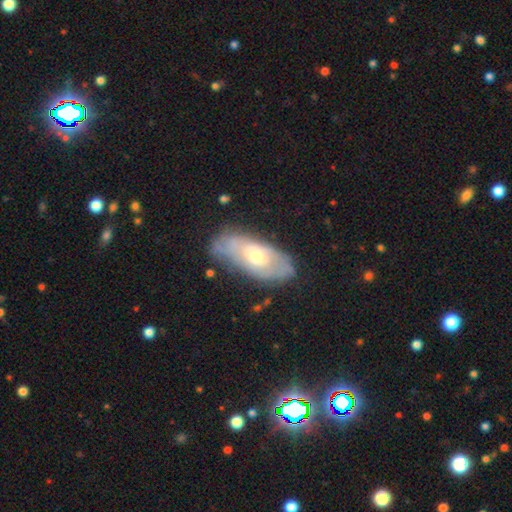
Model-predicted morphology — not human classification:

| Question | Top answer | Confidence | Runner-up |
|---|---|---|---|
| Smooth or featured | featured or disk | 55% | smooth (38%) |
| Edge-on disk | no | 83% | yes (17%) |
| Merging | none | 68% | minor disturbance (23%) |